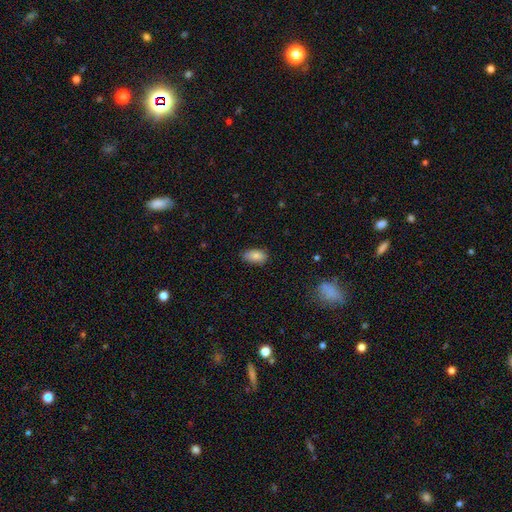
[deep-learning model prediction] Q: Smooth or featured?
A: smooth (85%); runner-up: star or artifact (8%)
Q: How rounded?
A: in between (92%); runner-up: round (5%)
Q: Merging?
A: none (74%); runner-up: minor disturbance (21%)